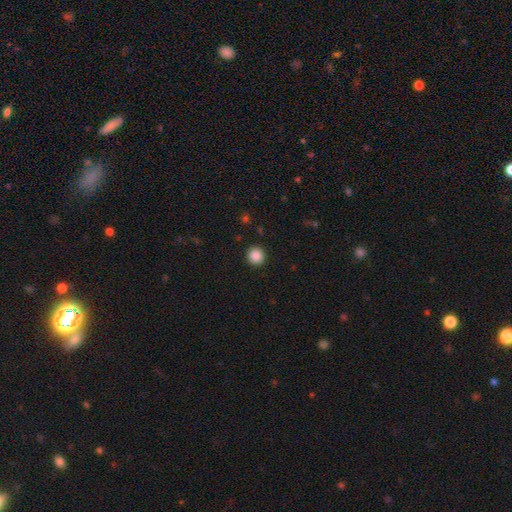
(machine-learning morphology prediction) Smooth or featured? Predicted: smooth (p=0.88). How rounded? Predicted: round (p=0.93). Merging? Predicted: none (p=0.93).